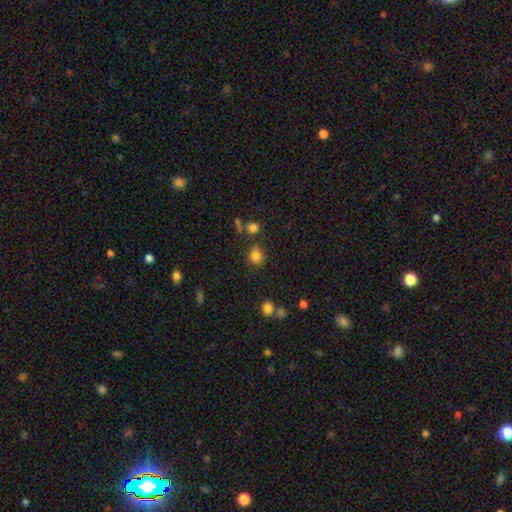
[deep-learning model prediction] The model was most divided on "smooth or featured": smooth: 81%, star or artifact: 13%, featured or disk: 5%. More confident: how rounded — round (85%); merging — none (81%).